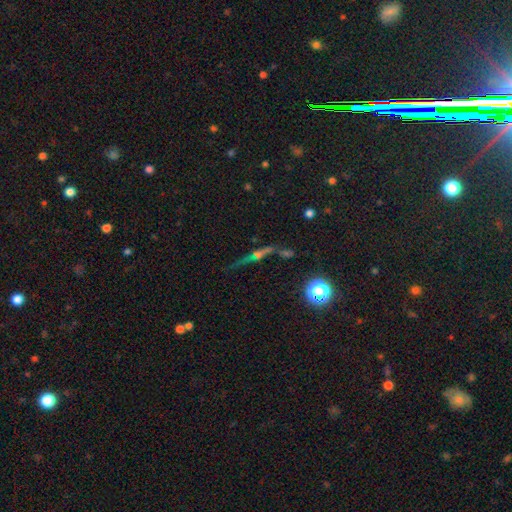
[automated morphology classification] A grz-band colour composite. It shows a featured or disk galaxy (53%) viewed edge-on (82%). Merging: none (62%).